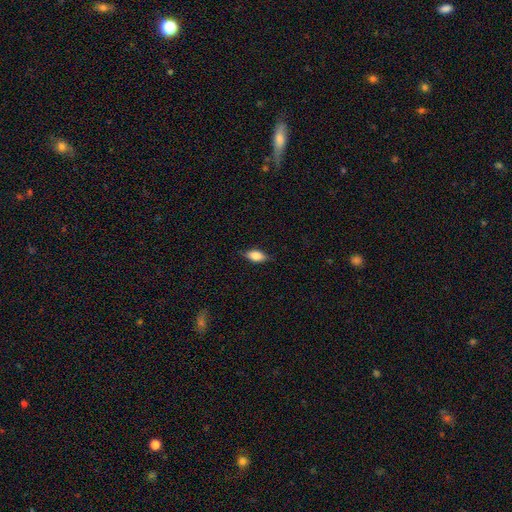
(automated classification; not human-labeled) A smooth galaxy with no disk features (78%) that is in between round and cigar-shaped (86%).

Vote fractions:
- Smooth or featured? smooth: 78% / featured or disk: 15% / star or artifact: 7%
- How rounded? in between: 86% / cigar-shaped: 9% / round: 5%
- Merging? none: 82% / minor disturbance: 14% / major disturbance: 3% / merger: 1%